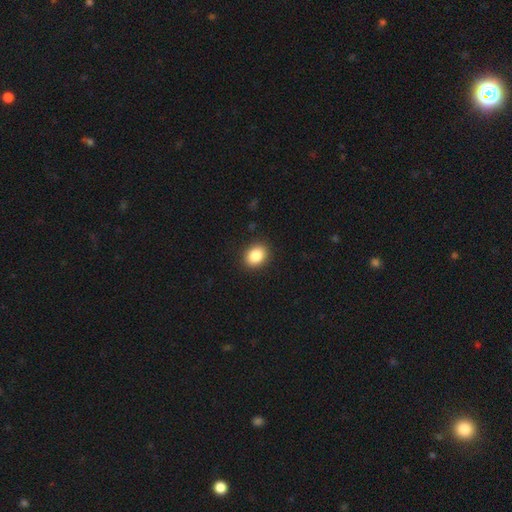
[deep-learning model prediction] Overall: smooth (86%). How rounded: in between (54%; round 45%). Merging: none (90%).